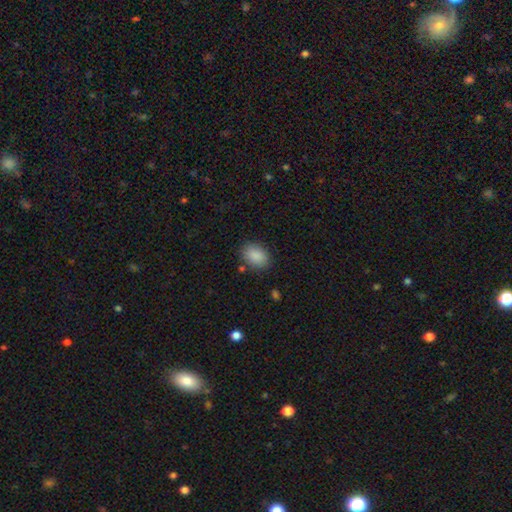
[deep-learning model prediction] smooth 88%, star or artifact 8%, featured or disk 4%. Down the decision tree: how rounded — in between (79%); merging — none (83%).